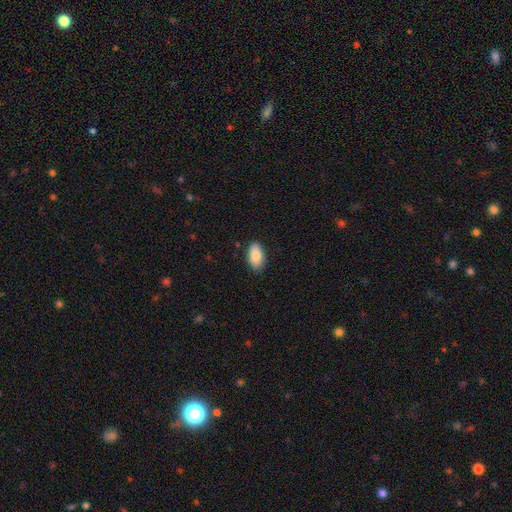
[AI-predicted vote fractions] Morphology: type=smooth (82%); roundness=in between (93%); merging=none (85%).